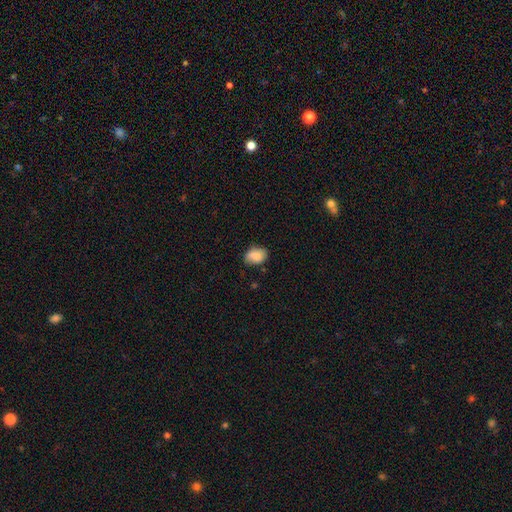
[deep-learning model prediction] Smooth or featured? smooth (83%)
How rounded? in between (75%)
Merging? none (66%)